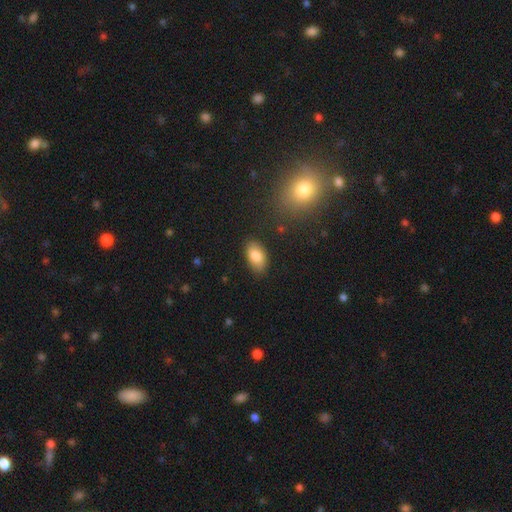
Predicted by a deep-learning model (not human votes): Smooth or featured?
  - smooth: 84% *
  - featured or disk: 9%
  - star or artifact: 7%
How rounded?
  - in between: 93% *
  - round: 5%
  - cigar-shaped: 2%
Merging?
  - none: 84% *
  - minor disturbance: 12%
  - major disturbance: 3%
  - merger: 2%